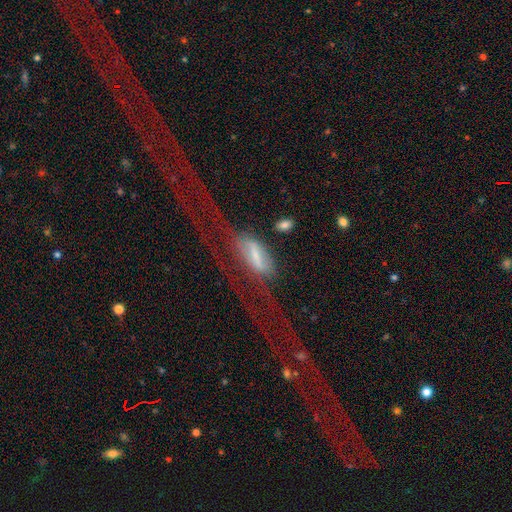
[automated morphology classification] A featured or disk galaxy (51%).

Vote fractions:
- Smooth or featured? featured or disk: 51% / smooth: 37% / star or artifact: 11%
- Edge-on disk? no: 77% / yes: 23%
- Merging? major disturbance: 49% / none: 30% / minor disturbance: 14% / merger: 6%